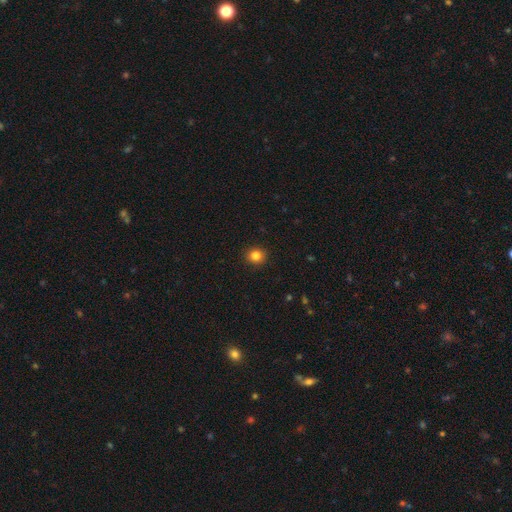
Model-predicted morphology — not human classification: This is clearly a smooth galaxy (84%). How rounded: clearly round (86%). Merging: clearly none (92%).